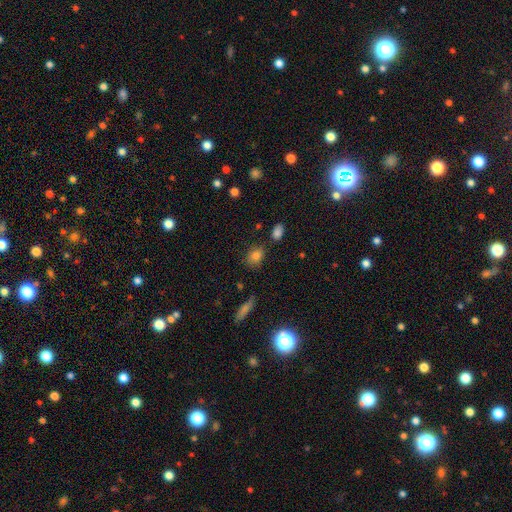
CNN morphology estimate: The model was most divided on "how rounded": in between: 61%, round: 37%, cigar-shaped: 2%. More confident: smooth or featured — smooth (82%); merging — none (76%).